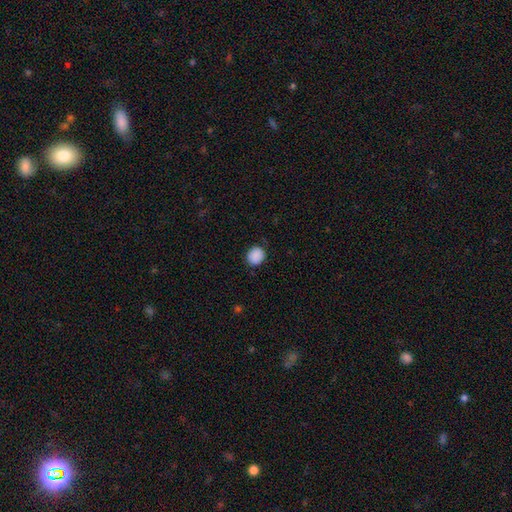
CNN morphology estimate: smooth-or-featured: smooth: 90% | star or artifact: 8% | featured or disk: 2%
  how-rounded: round: 71% | in between: 28% | cigar-shaped: 1%
  merging: none: 87% | minor disturbance: 9% | major disturbance: 2% | merger: 1%